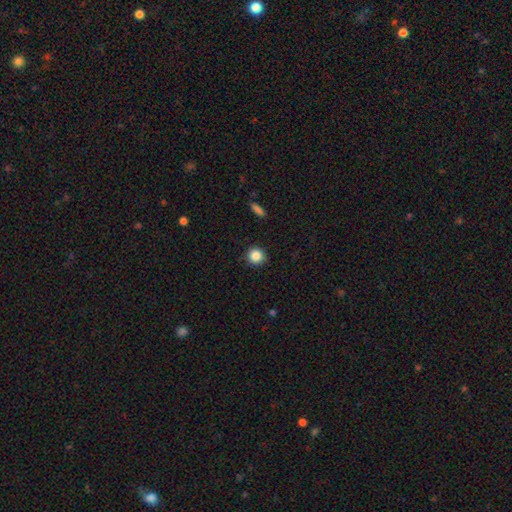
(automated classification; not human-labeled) Q: Smooth or featured?
A: smooth (86%); runner-up: star or artifact (10%)
Q: How rounded?
A: round (94%); runner-up: in between (5%)
Q: Merging?
A: none (90%); runner-up: minor disturbance (7%)